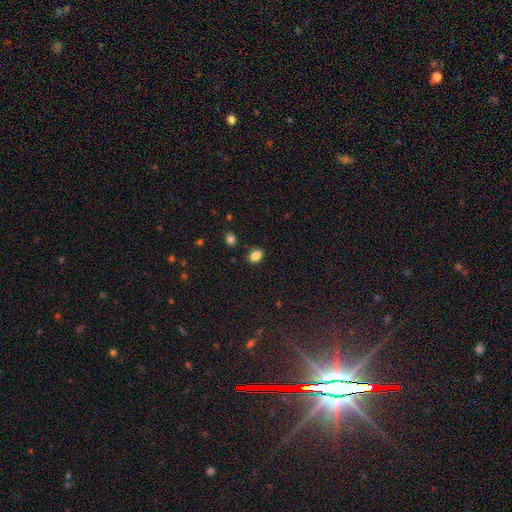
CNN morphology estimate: Smooth or featured? Predicted: smooth (p=0.85). How rounded? Predicted: in between (p=0.81). Merging? Predicted: none (p=0.81).